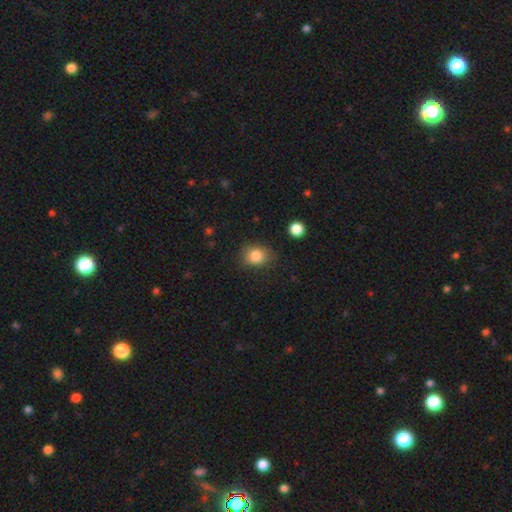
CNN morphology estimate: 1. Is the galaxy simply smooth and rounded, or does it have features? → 84% smooth, 10% star or artifact, 7% featured or disk.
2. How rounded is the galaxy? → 55% round, 44% in between, 1% cigar-shaped.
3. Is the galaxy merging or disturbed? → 77% none, 17% minor disturbance, 4% major disturbance, 2% merger.